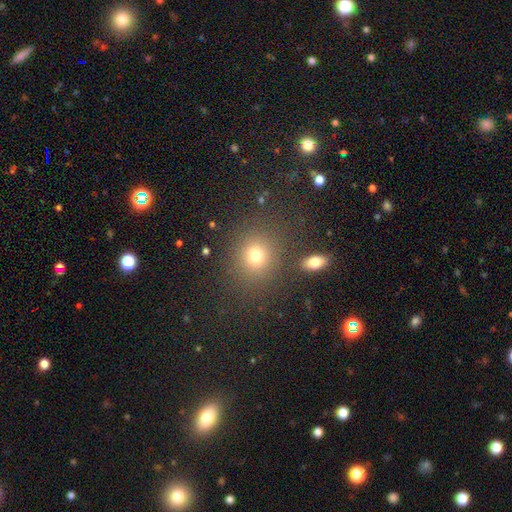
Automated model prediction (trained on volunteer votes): smooth-or-featured: smooth: 74% | star or artifact: 18% | featured or disk: 9%
  how-rounded: round: 72% | in between: 26% | cigar-shaped: 1%
  merging: none: 82% | minor disturbance: 9% | merger: 5% | major disturbance: 4%